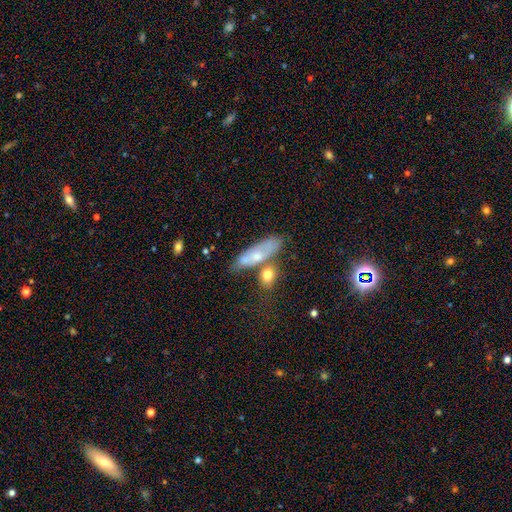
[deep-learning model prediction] Morphology: type=smooth (55%); roundness=in between (55%); merging=none (48%).